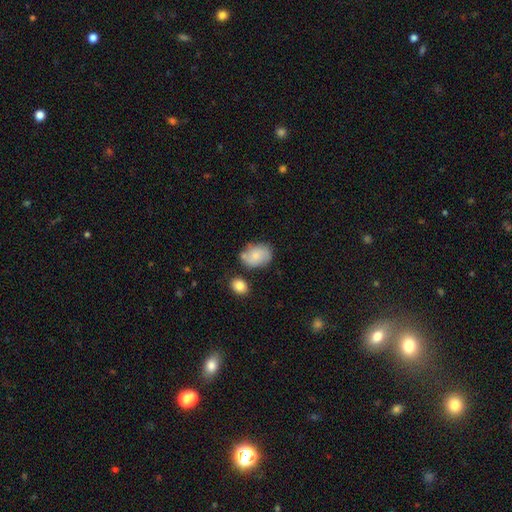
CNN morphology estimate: Smooth or featured: smooth — 70% (featured or disk — 22%)
How rounded: in between — 76% (round — 23%)
Merging: none — 60% (minor disturbance — 22%)